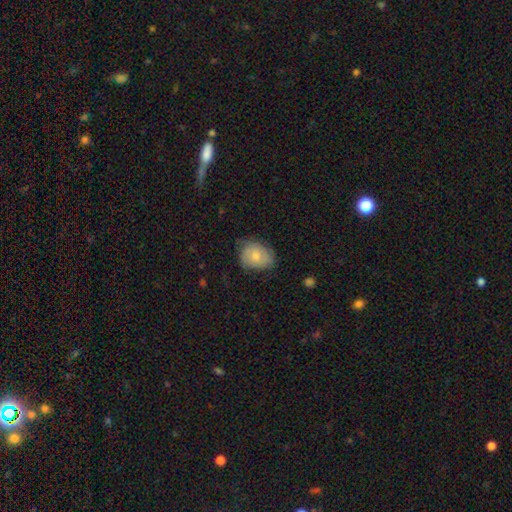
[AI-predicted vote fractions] Smooth or featured? Predicted: smooth (p=0.68). How rounded? Predicted: in between (p=0.59). Merging? Predicted: none (p=0.63).